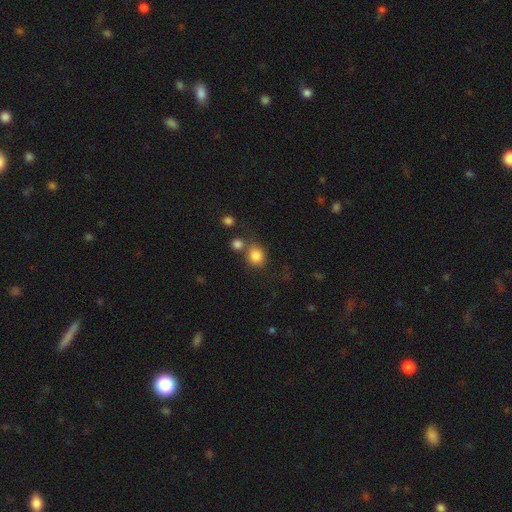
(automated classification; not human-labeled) smooth 84%, star or artifact 11%, featured or disk 6%. Down the decision tree: how rounded — round (80%); merging — none (62%).